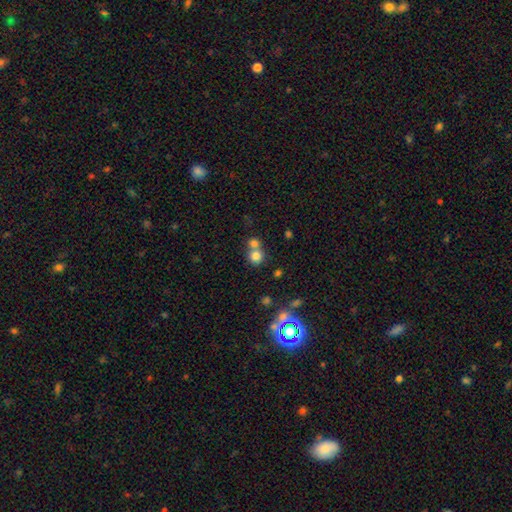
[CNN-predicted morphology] A smooth galaxy with no disk features (77%) that is round (88%). Merging: none (47%).